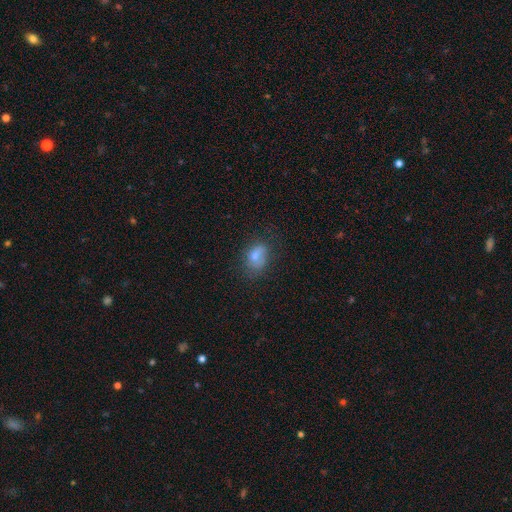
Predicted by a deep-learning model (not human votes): Smooth or featured? Predicted: smooth (p=0.64). How rounded? Predicted: in between (p=0.71). Merging? Predicted: none (p=0.62).